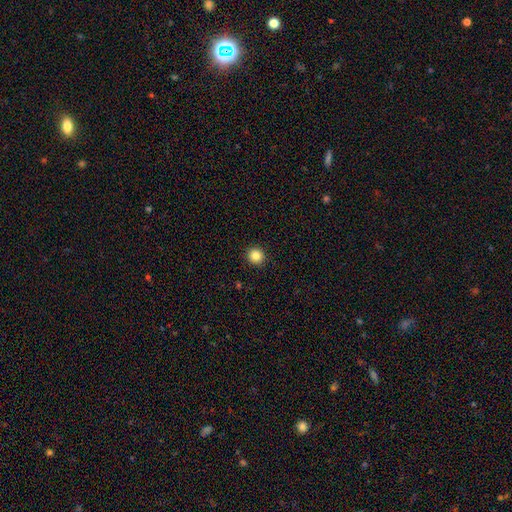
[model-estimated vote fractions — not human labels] This appears to be a smooth galaxy with no disk features (84%) that is round (93%). Merging: none (93%).